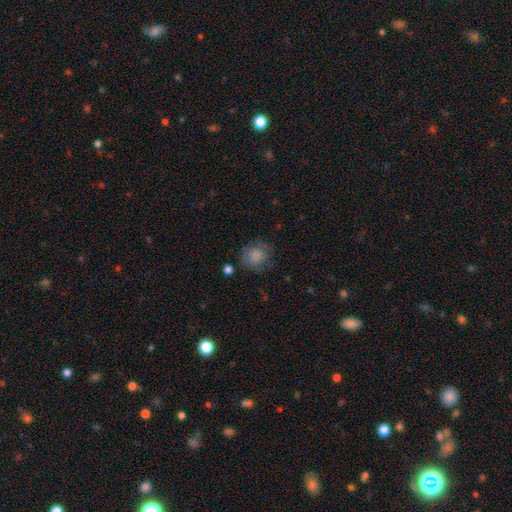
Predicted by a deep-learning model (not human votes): This appears to be a smooth galaxy with no disk features (79%) that is round (82%). Merging: none (69%).